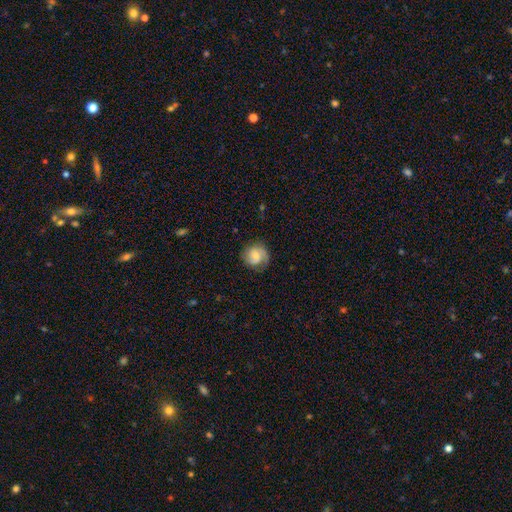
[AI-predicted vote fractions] A smooth galaxy with no disk features (46%, tied with featured or disk).

Vote fractions:
- Smooth or featured? smooth: 46% (tied) / featured or disk: 46% (tied) / star or artifact: 8%
- Merging? none: 72% / minor disturbance: 19% / major disturbance: 8% / merger: 1%